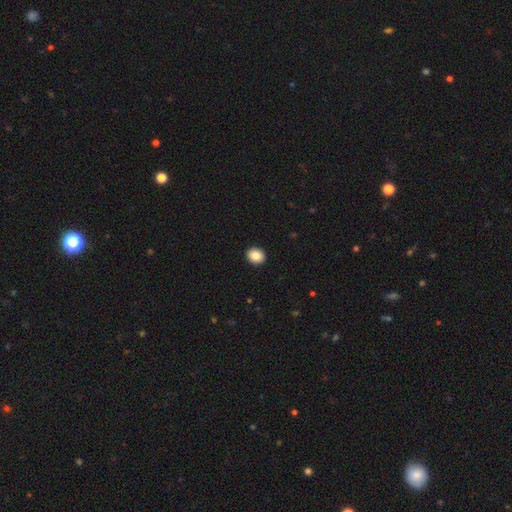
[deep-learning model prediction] This appears to be a smooth galaxy with no disk features (86%) that is round (69%). Merging: none (93%).